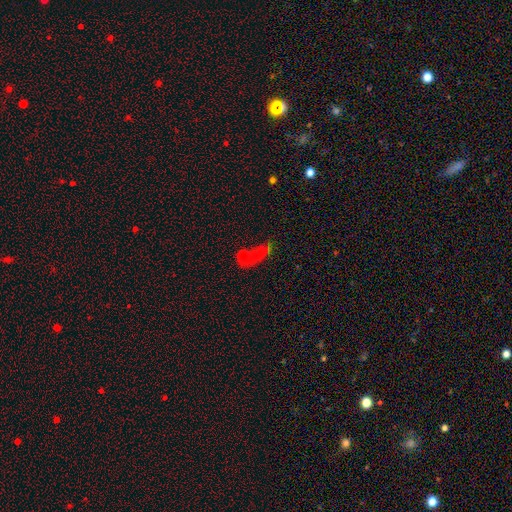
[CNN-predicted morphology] Smooth or featured: smooth — 60% (star or artifact — 21%)
How rounded: in between — 47% (round — 29%)
Merging: merger — 36% (none — 35%)